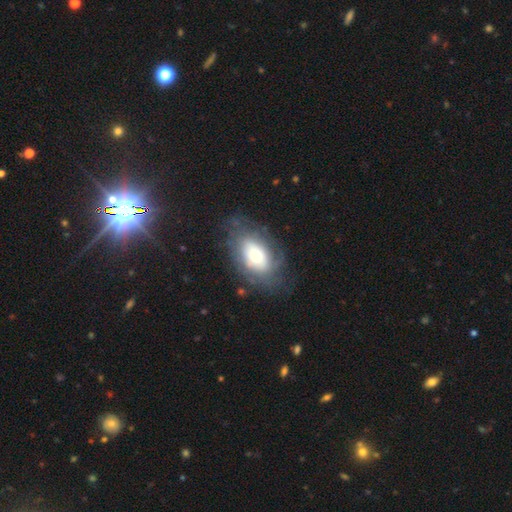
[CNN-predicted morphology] Overall: smooth (49%; featured or disk 43%). Merging: none (61%; minor disturbance 22%).